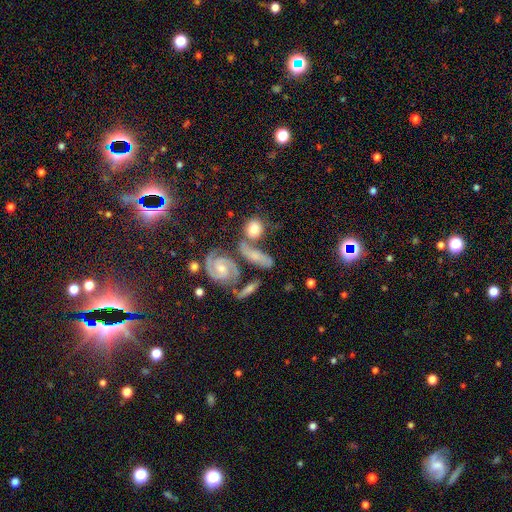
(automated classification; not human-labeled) featured or disk 61%, smooth 29%, star or artifact 10%. Down the decision tree: edge-on disk — no (88%); bar — no (60%); spiral arms — yes (91%); bulge size — small (47%); merging — none (46%).